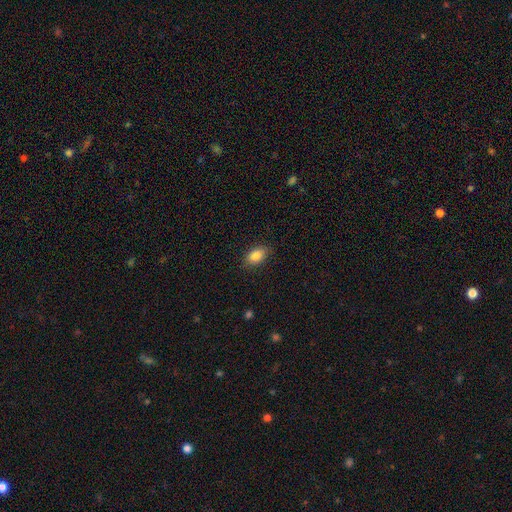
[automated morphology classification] The model was most divided on "merging": none: 86%, minor disturbance: 10%, major disturbance: 3%, merger: 1%. More confident: how rounded — in between (89%); smooth or featured — smooth (86%).